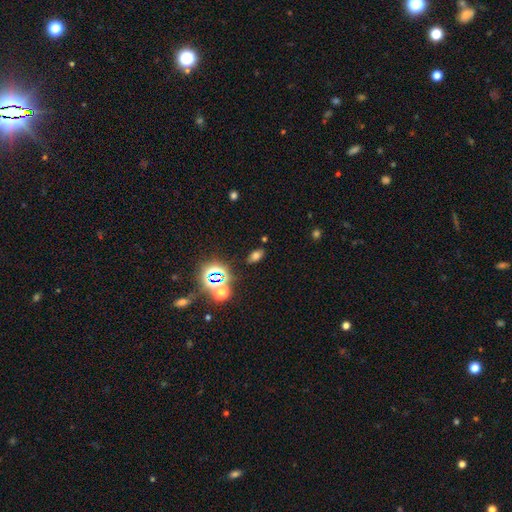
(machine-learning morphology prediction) Overall: smooth (61%; star or artifact 28%). How rounded: in between (86%). Merging: none (84%).